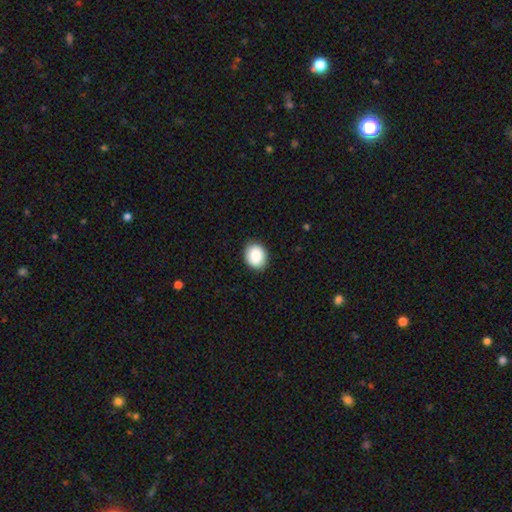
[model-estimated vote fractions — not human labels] This appears to be a smooth galaxy with no disk features (88%) that is round (50%). Merging: none (88%).